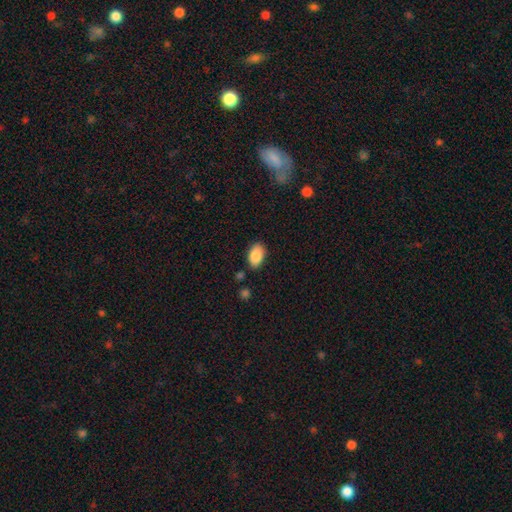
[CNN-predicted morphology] This appears to be a smooth galaxy with no disk features (88%) that is in between round and cigar-shaped (91%). Merging: none (83%).